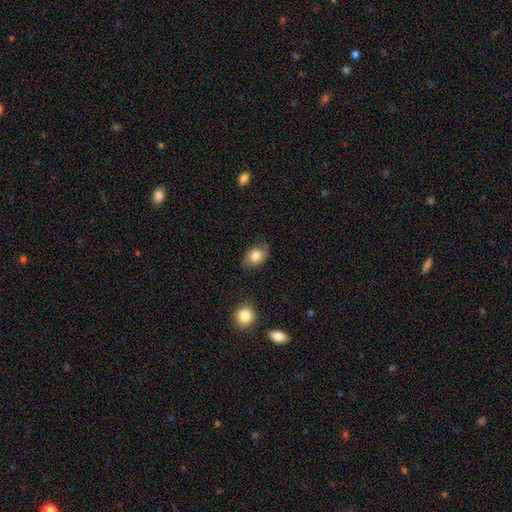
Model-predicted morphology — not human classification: type=smooth (76%); roundness=in between (71%); merging=none (72%).